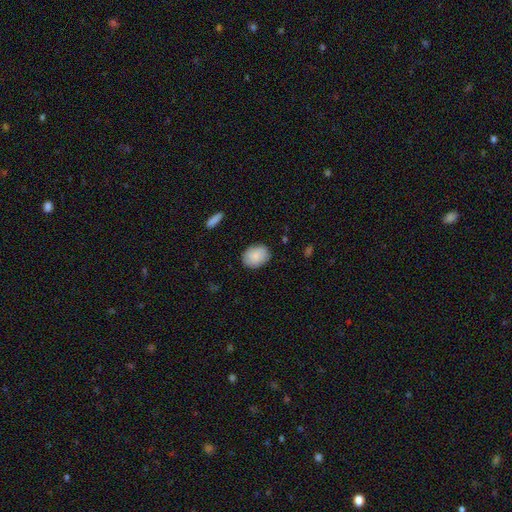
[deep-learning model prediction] smooth-or-featured: smooth: 87% | featured or disk: 7% | star or artifact: 6%
  how-rounded: in between: 66% | round: 33% | cigar-shaped: 1%
  merging: none: 86% | minor disturbance: 11% | major disturbance: 2% | merger: 1%